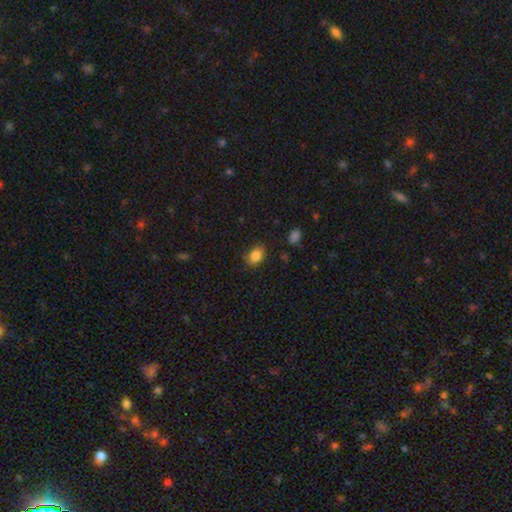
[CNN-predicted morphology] Smooth or featured?
  - smooth: 85% *
  - star or artifact: 9%
  - featured or disk: 6%
How rounded?
  - in between: 76% *
  - round: 23%
  - cigar-shaped: 1%
Merging?
  - none: 82% *
  - minor disturbance: 13%
  - major disturbance: 3%
  - merger: 2%